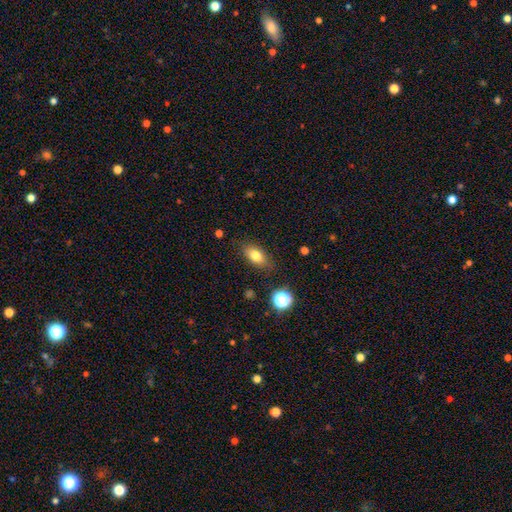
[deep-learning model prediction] Overall: smooth (78%). How rounded: in between (82%). Merging: none (82%).